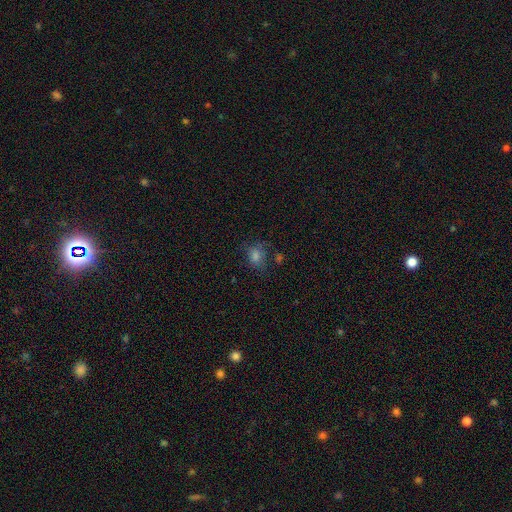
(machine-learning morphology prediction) smooth_or_featured: smooth (p=0.65) [alt: star or artifact p=0.23]
how_rounded: round (p=0.54) [alt: in between p=0.45]
merging: none (p=0.68) [alt: minor disturbance p=0.18]